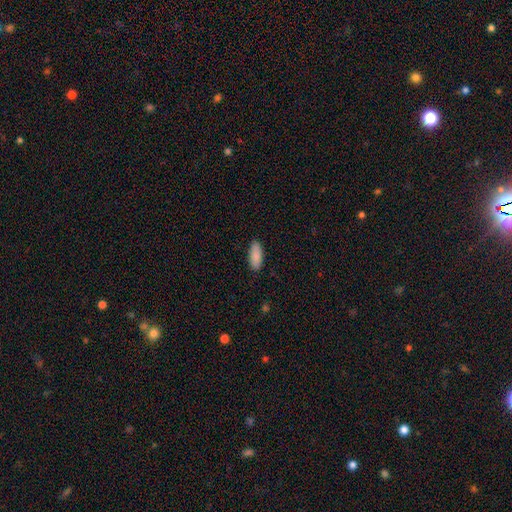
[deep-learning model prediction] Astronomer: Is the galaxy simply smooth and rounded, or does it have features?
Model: smooth — 89%.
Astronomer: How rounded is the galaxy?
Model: in between — 80%.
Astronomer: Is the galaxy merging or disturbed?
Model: none — 89%.